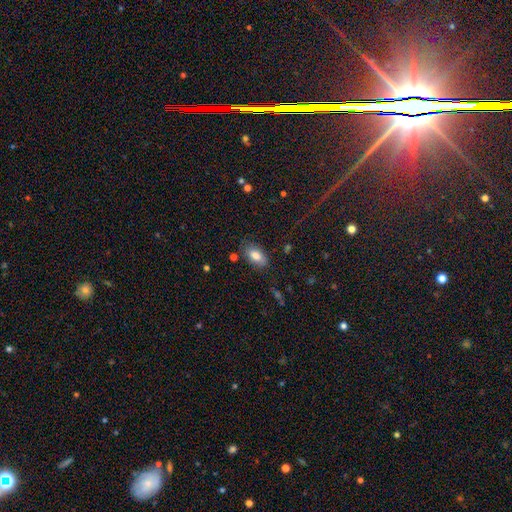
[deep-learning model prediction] This appears to be a smooth galaxy with no disk features (80%) that is in between round and cigar-shaped (92%). Merging: none (79%).